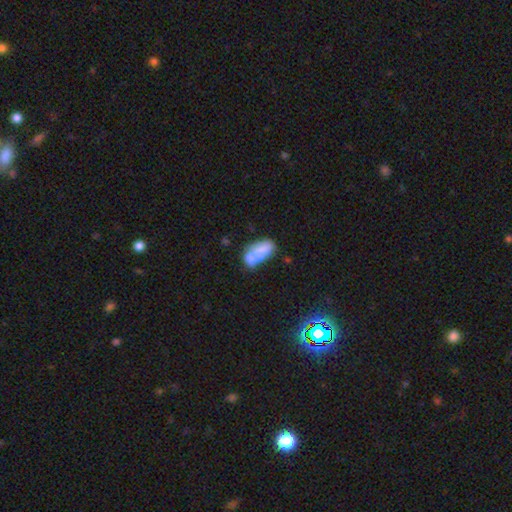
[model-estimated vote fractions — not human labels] Q: Smooth or featured?
A: smooth (58%); runner-up: featured or disk (33%)
Q: How rounded?
A: in between (87%); runner-up: round (8%)
Q: Merging?
A: merger (54%); runner-up: none (22%)